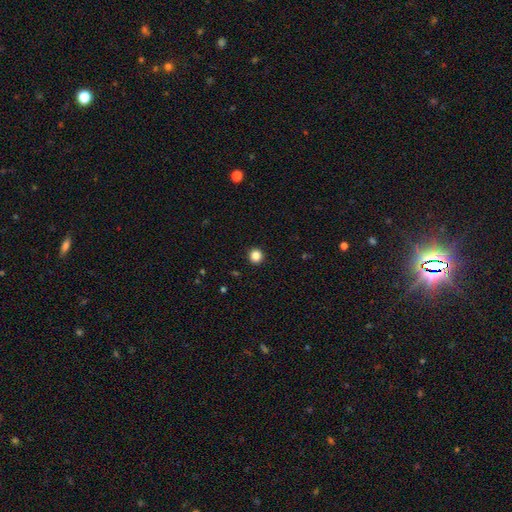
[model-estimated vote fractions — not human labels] This appears to be a smooth galaxy with no disk features (85%) that is round (94%). Merging: none (93%).